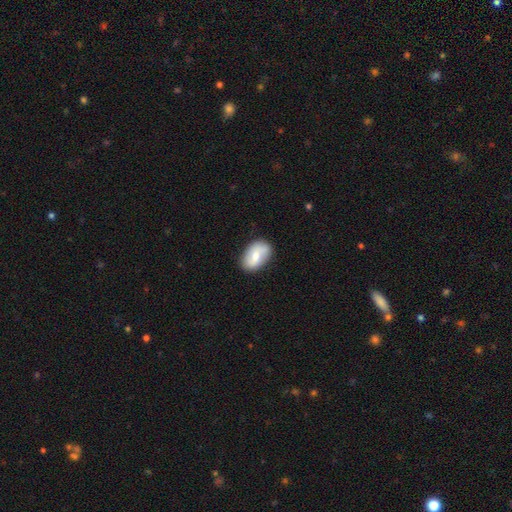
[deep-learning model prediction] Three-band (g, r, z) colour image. It shows a smooth galaxy with no disk features (56%) that is in between round and cigar-shaped (89%). Merging: none (81%).